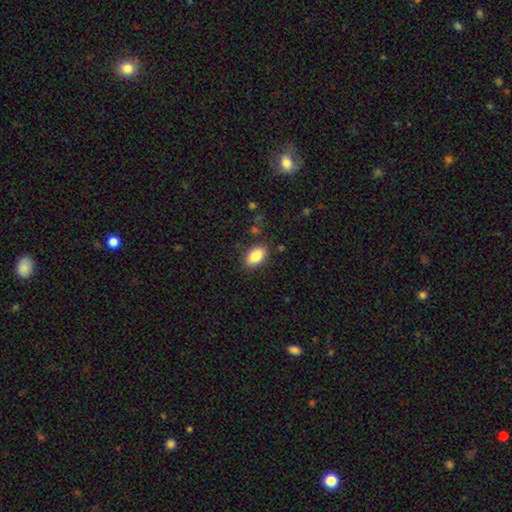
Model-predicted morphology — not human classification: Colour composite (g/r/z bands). It shows a smooth galaxy with no disk features (85%) that is in between round and cigar-shaped (90%). Merging: none (85%).